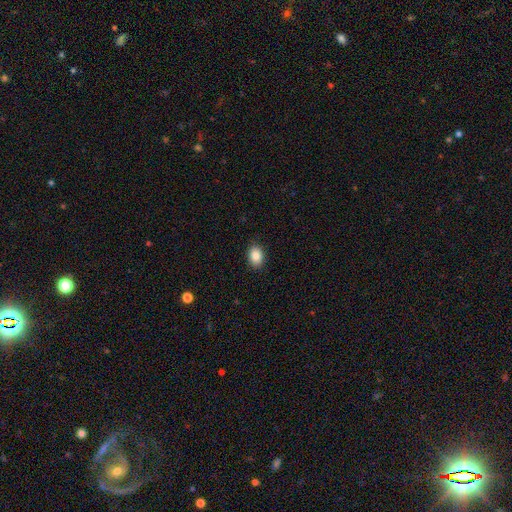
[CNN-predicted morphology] A smooth galaxy with no disk features (87%) that is in between round and cigar-shaped (76%).

Vote fractions:
- Smooth or featured? smooth: 87% / star or artifact: 8% / featured or disk: 5%
- How rounded? in between: 76% / round: 23% / cigar-shaped: 1%
- Merging? none: 89% / minor disturbance: 8% / major disturbance: 2% / merger: 1%